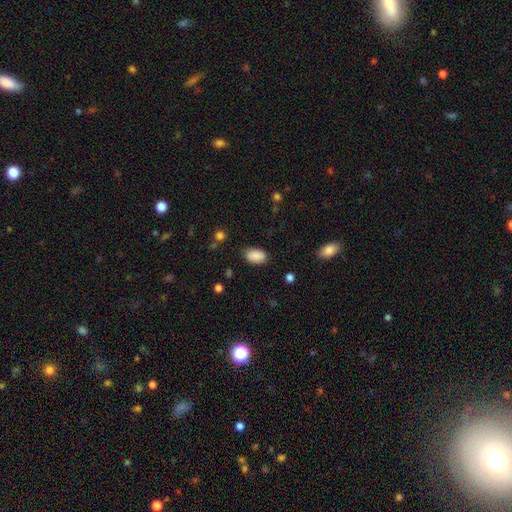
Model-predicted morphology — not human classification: This is clearly a smooth galaxy (87%). How rounded: clearly in between (91%). Merging: likely none (77%).